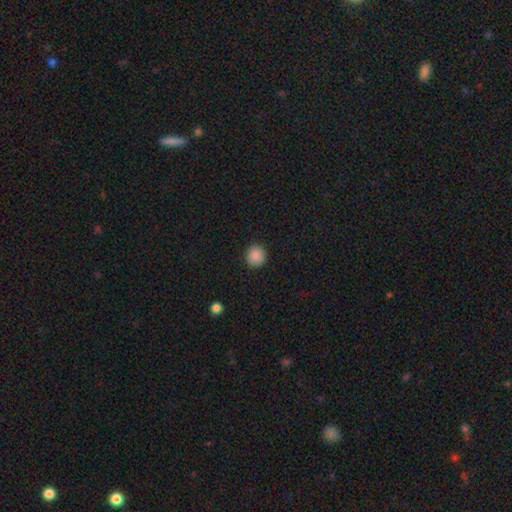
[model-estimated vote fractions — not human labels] This is clearly a smooth galaxy (87%). How rounded: clearly round (92%). Merging: clearly none (91%).